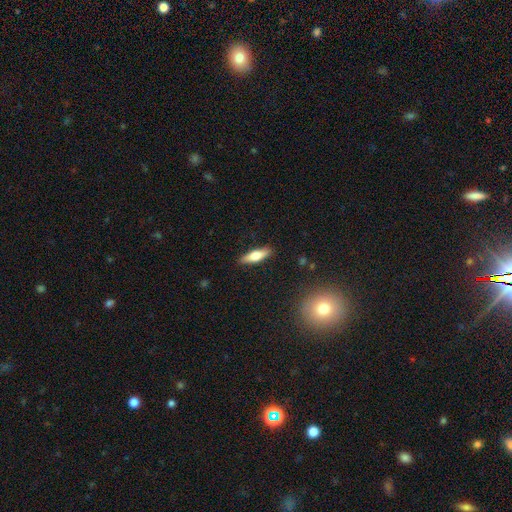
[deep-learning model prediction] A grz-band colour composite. It shows a smooth galaxy with no disk features (64%) that is cigar-shaped (56%). Merging: none (88%).